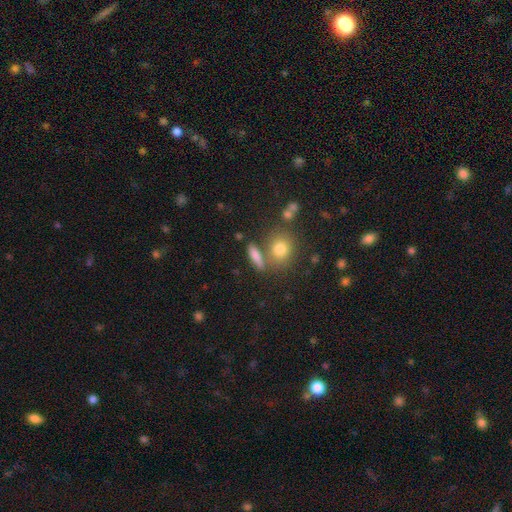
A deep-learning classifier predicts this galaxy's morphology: Overall: smooth (74%). How rounded: cigar-shaped (47%; in between 36%). Merging: none (68%).